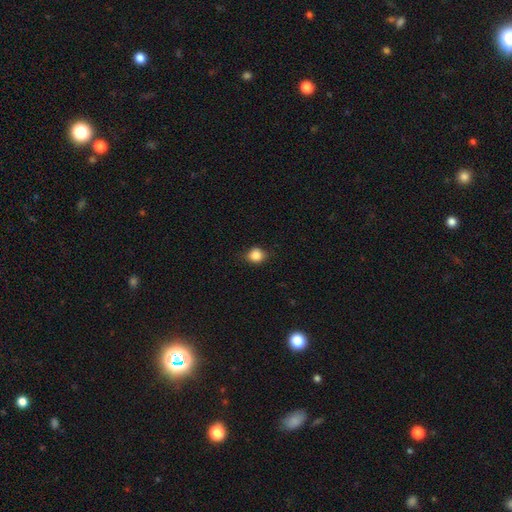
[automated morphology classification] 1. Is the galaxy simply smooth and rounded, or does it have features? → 85% smooth, 10% star or artifact, 5% featured or disk.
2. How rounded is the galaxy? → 76% round, 23% in between, 1% cigar-shaped.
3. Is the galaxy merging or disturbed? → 80% none, 16% minor disturbance, 3% major disturbance, 1% merger.